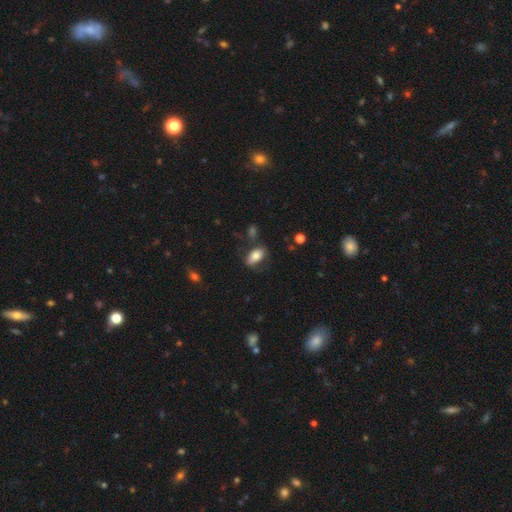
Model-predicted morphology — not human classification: Smooth or featured? smooth (76%)
How rounded? in between (90%)
Merging? none (66%)